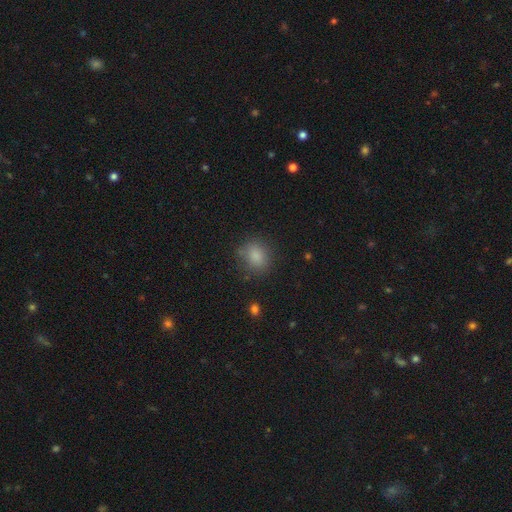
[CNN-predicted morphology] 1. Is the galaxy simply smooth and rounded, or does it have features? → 84% smooth, 10% star or artifact, 6% featured or disk.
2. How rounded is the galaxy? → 60% round, 38% in between, 1% cigar-shaped.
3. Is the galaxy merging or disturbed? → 77% none, 15% minor disturbance, 5% major disturbance, 3% merger.